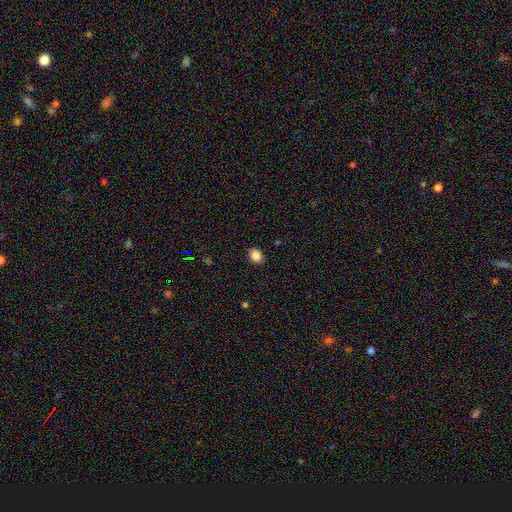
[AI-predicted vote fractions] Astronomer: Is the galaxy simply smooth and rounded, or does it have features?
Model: smooth — 86%.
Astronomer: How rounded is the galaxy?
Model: round — 51% (runner-up: in between, 48%).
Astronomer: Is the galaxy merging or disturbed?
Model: none — 88%.